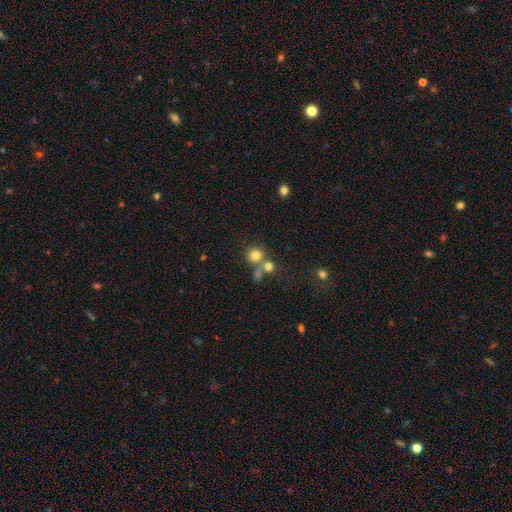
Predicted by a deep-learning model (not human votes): This is likely a smooth galaxy (77%). How rounded: clearly round (89%). Merging: possibly none (56%).